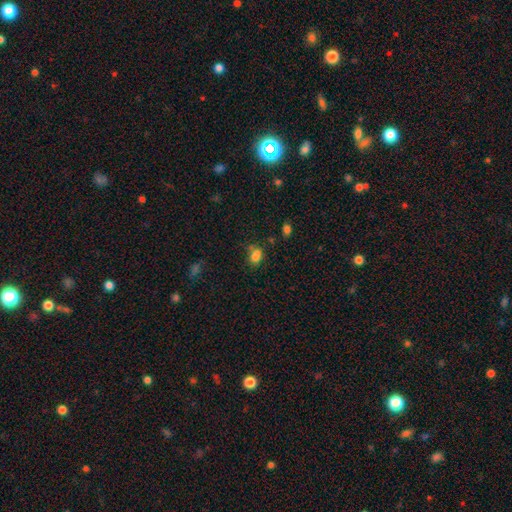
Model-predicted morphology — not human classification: Q: Smooth or featured?
A: smooth (77%); runner-up: star or artifact (16%)
Q: How rounded?
A: in between (70%); runner-up: round (28%)
Q: Merging?
A: none (53%); runner-up: minor disturbance (20%)